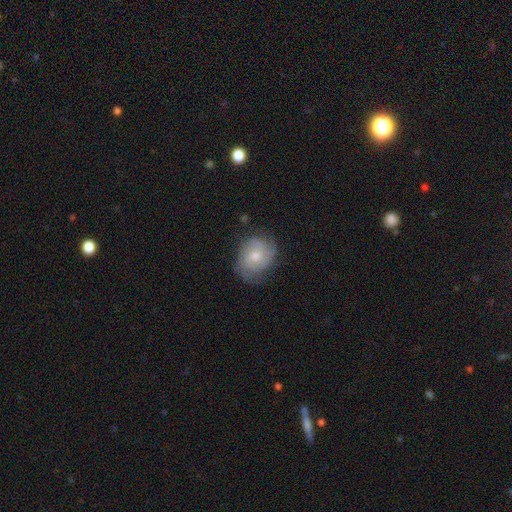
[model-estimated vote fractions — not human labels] A featured or disk galaxy (49%). Merging: none (65%).